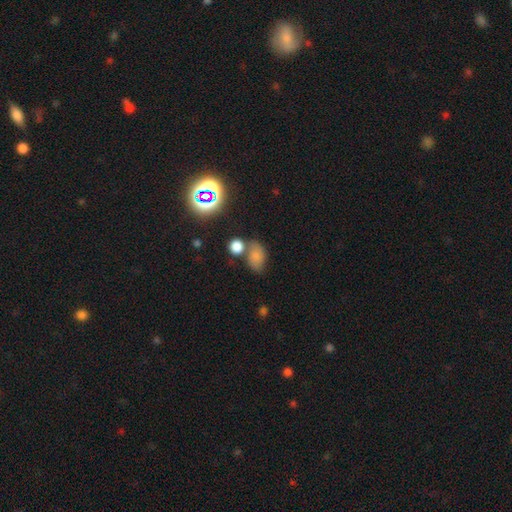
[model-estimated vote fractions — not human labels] Morphology: type=smooth (72%); roundness=in between (78%); merging=none (48%).